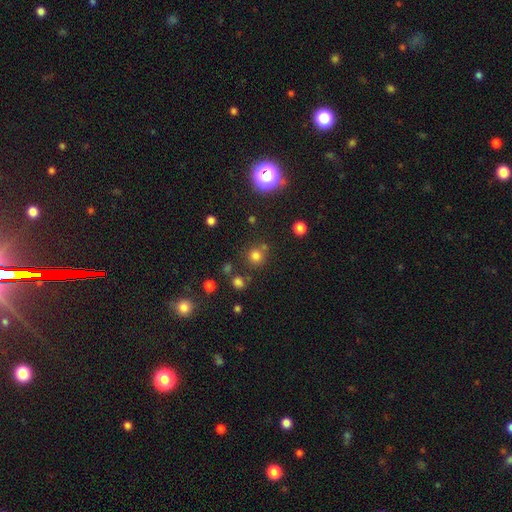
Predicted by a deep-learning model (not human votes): Smooth or featured? smooth (74%)
How rounded? round (91%)
Merging? none (73%)